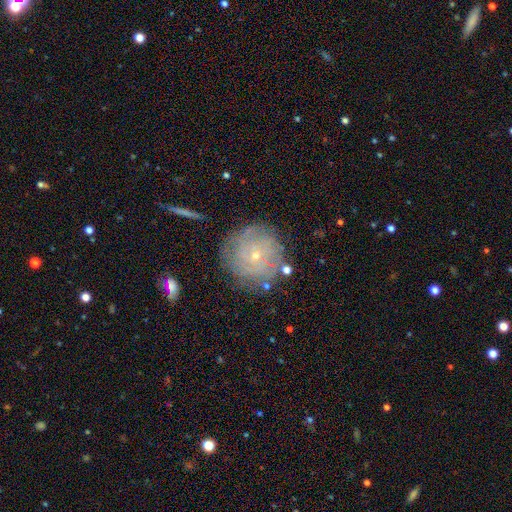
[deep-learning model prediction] A featured or disk galaxy (61%) with no bar (84%), spiral arms (77%) and a small central bulge (85%).

Vote fractions:
- Smooth or featured? featured or disk: 61% / smooth: 27% / star or artifact: 11%
- Edge-on disk? no: 96% / yes: 4%
- Bar? no: 84% / weak: 13% / strong: 3%
- Spiral arms? yes: 77% / no: 23%
- Bulge size? small: 85% / moderate: 11% / none: 2% / large: 1% / dominant: 1%
- Merging? none: 77% / minor disturbance: 15% / major disturbance: 5% / merger: 3%